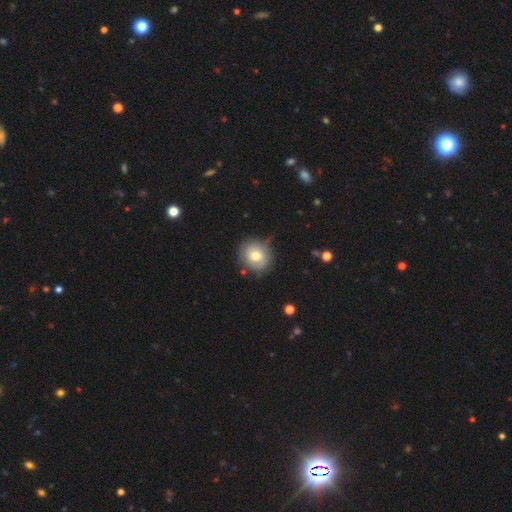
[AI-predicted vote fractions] Smooth or featured? smooth (68%)
How rounded? round (82%)
Merging? none (71%)